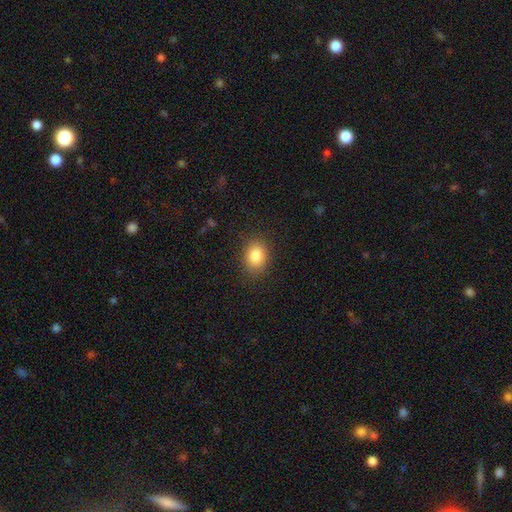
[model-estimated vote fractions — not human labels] Smooth or featured? Predicted: smooth (p=0.85). How rounded? Predicted: in between (p=0.62). Merging? Predicted: none (p=0.86).